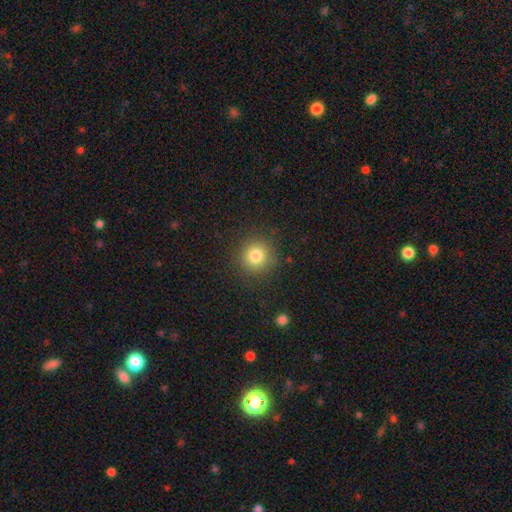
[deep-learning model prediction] smooth-or-featured: smooth: 79% | star or artifact: 13% | featured or disk: 7%
  how-rounded: round: 93% | in between: 6% | cigar-shaped: 1%
  merging: none: 88% | minor disturbance: 8% | major disturbance: 3% | merger: 1%